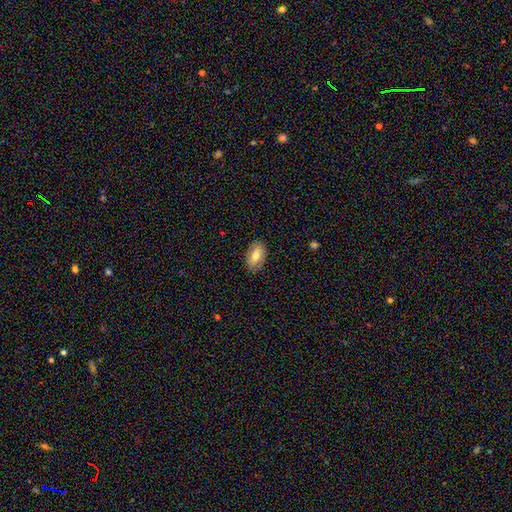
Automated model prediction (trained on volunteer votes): Smooth or featured? Predicted: smooth (p=0.64). How rounded? Predicted: in between (p=0.91). Merging? Predicted: none (p=0.85).